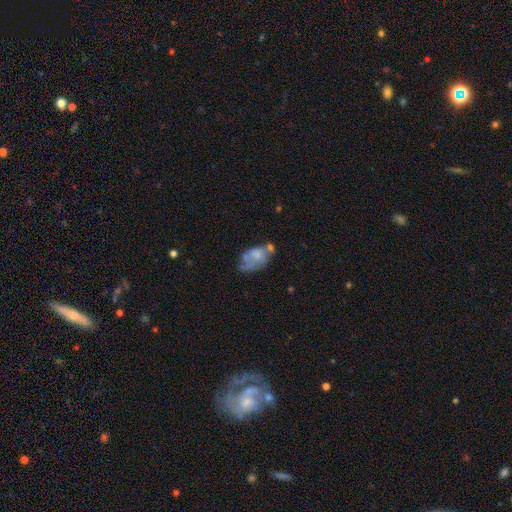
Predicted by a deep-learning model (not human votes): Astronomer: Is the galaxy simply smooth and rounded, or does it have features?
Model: smooth — 54% (runner-up: featured or disk, 37%).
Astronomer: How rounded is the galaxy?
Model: in between — 89%.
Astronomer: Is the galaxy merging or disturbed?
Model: none — 28% (runner-up: minor disturbance, 26%).